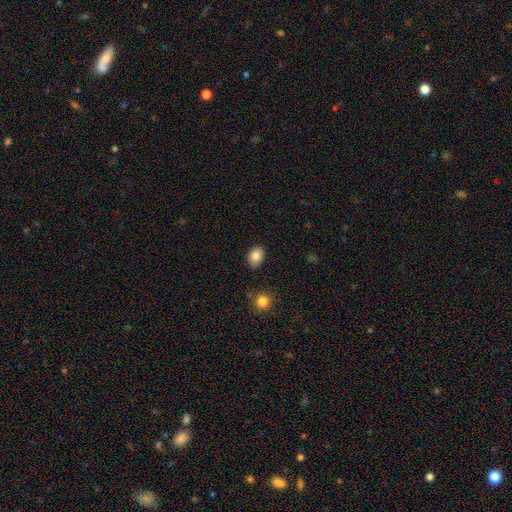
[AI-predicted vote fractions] Morphology: type=smooth (85%); roundness=in between (74%); merging=none (83%).